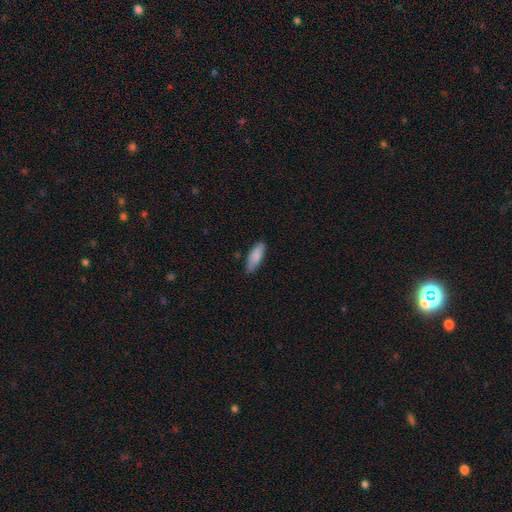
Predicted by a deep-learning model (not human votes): A smooth galaxy with no disk features (86%) that is in between round and cigar-shaped (67%). Merging: none (79%).